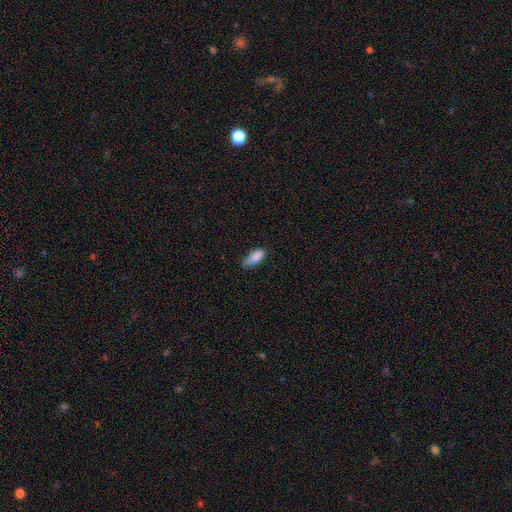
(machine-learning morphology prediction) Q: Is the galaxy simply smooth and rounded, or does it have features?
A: smooth — 86%.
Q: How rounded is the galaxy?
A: in between — 82%.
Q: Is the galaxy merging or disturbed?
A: none — 57%.